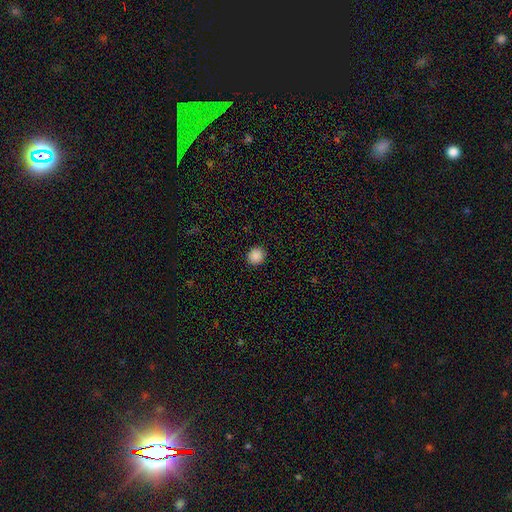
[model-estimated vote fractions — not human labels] Smooth or featured?
  - smooth: 88% *
  - star or artifact: 10%
  - featured or disk: 2%
How rounded?
  - round: 90% *
  - in between: 9%
  - cigar-shaped: 1%
Merging?
  - none: 92% *
  - minor disturbance: 5%
  - major disturbance: 2%
  - merger: 1%